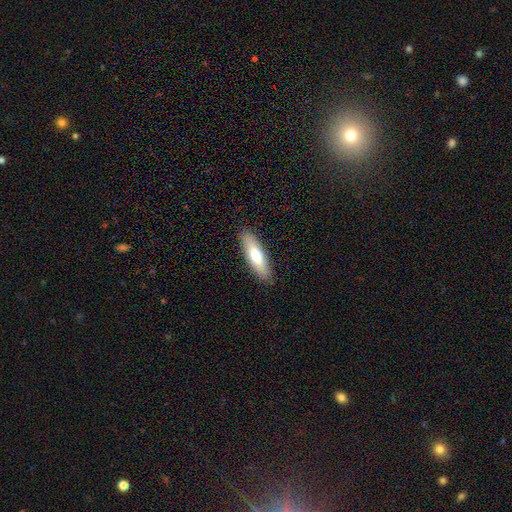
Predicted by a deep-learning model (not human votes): The model was most divided on "how rounded": cigar-shaped: 52%, in between: 46%, round: 2%. More confident: merging — none (89%); smooth or featured — smooth (68%).